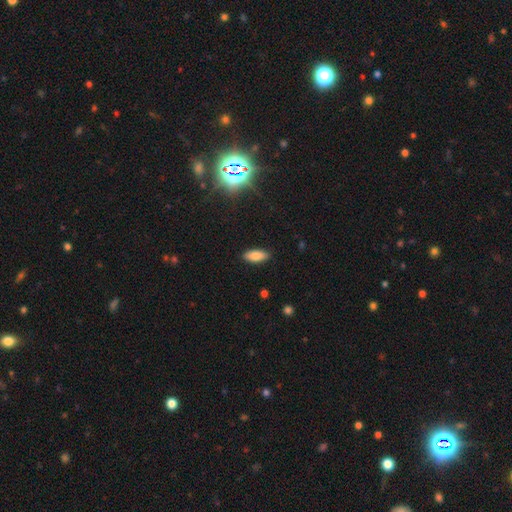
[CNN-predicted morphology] smooth-or-featured: smooth: 83% | featured or disk: 9% | star or artifact: 9%
  how-rounded: in between: 82% | cigar-shaped: 16% | round: 2%
  merging: none: 87% | minor disturbance: 10% | major disturbance: 2% | merger: 1%